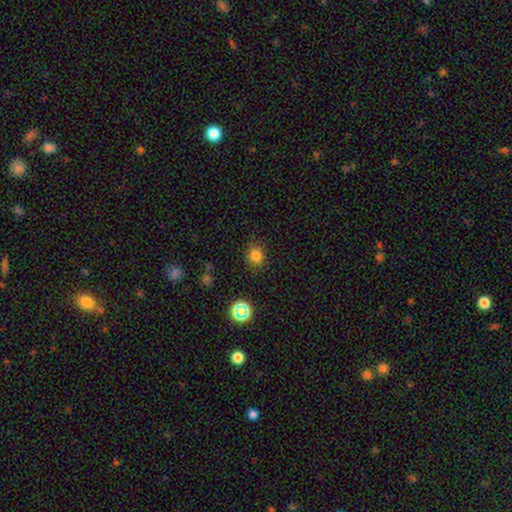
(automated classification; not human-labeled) smooth-or-featured: smooth: 79% | star or artifact: 16% | featured or disk: 5%
  how-rounded: round: 69% | in between: 30% | cigar-shaped: 1%
  merging: none: 84% | minor disturbance: 12% | major disturbance: 3% | merger: 1%